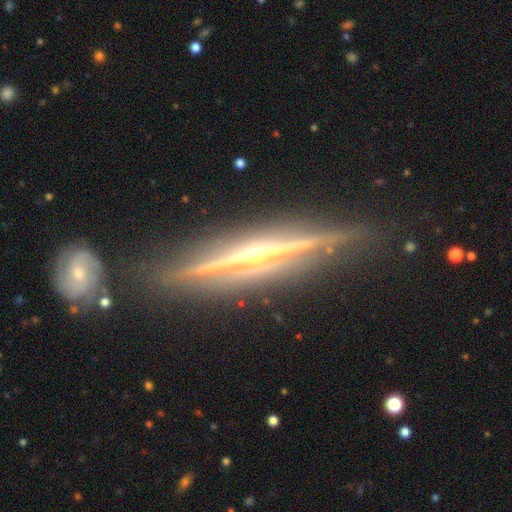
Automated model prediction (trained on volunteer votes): Overall: featured or disk (89%). Edge-on disk: yes (97%). Edge-on bulge: rounded (78%). Merging: none (85%).